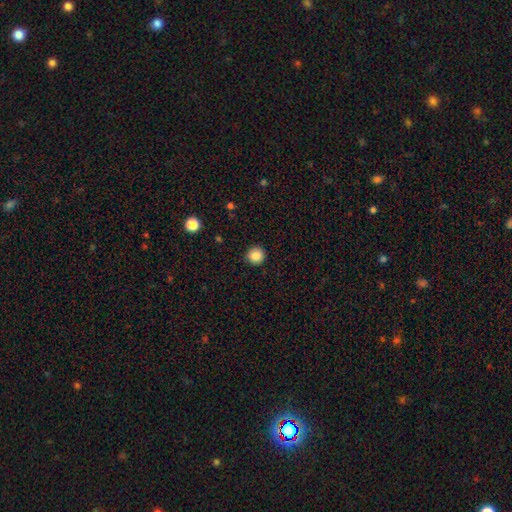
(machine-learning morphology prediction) smooth-or-featured: smooth: 86% | star or artifact: 10% | featured or disk: 4%
  how-rounded: round: 95% | in between: 4% | cigar-shaped: 1%
  merging: none: 92% | minor disturbance: 6% | major disturbance: 2% | merger: 1%